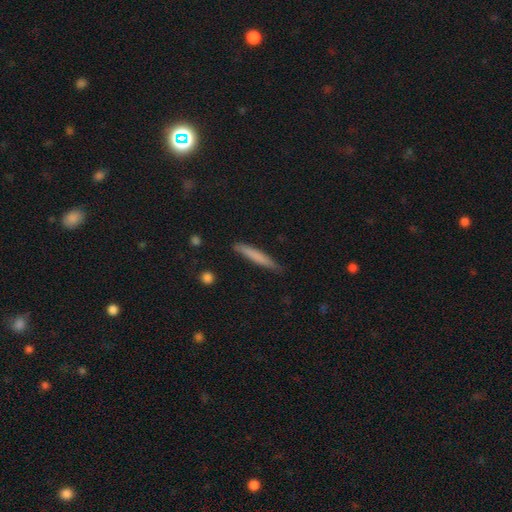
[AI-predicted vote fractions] This is likely a smooth galaxy (74%). How rounded: clearly cigar-shaped (95%). Merging: clearly none (85%).